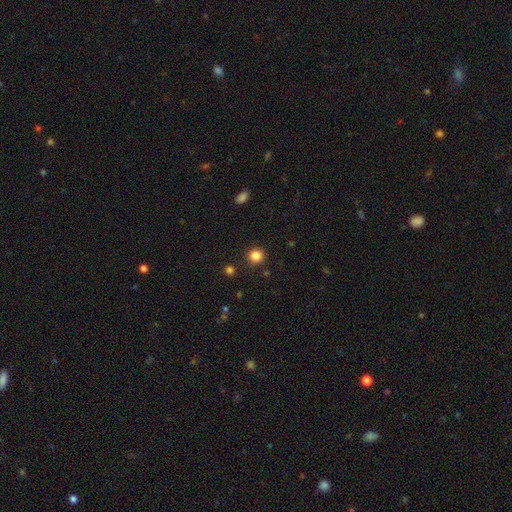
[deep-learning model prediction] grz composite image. It shows a smooth galaxy with no disk features (84%) that is round (89%). Merging: none (89%).